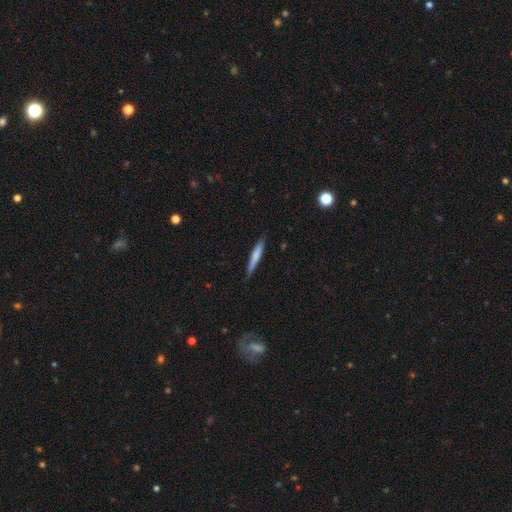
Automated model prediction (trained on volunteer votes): Smooth or featured? smooth (67%)
How rounded? cigar-shaped (94%)
Merging? none (84%)